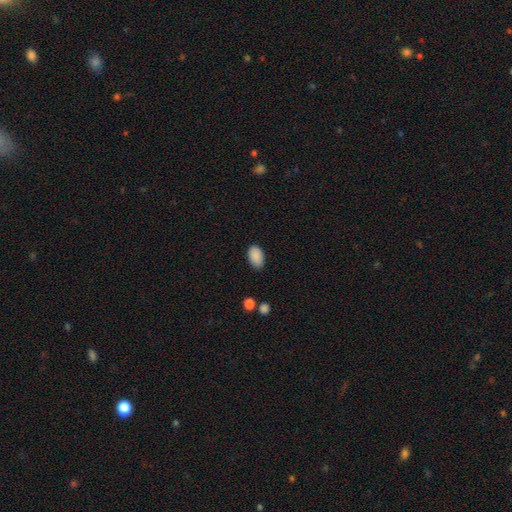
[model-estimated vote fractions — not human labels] A smooth galaxy with no disk features (89%) that is in between round and cigar-shaped (92%). Merging: none (84%).